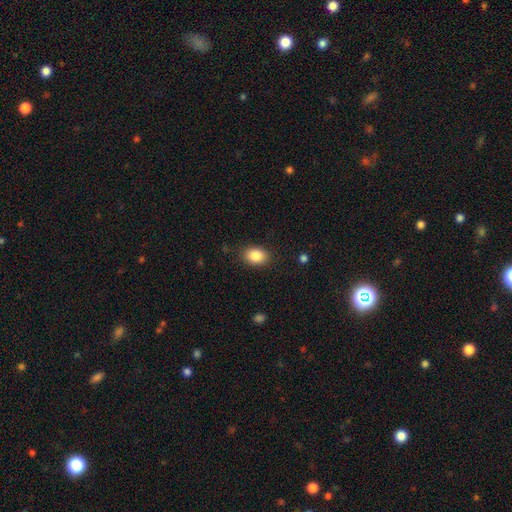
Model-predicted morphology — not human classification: Smooth or featured? smooth (86%)
How rounded? in between (77%)
Merging? none (87%)